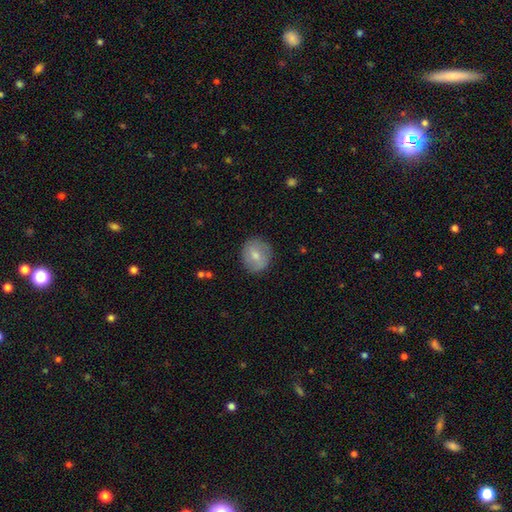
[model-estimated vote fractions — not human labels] This is likely a smooth galaxy (68%). How rounded: clearly round (83%). Merging: clearly none (84%).